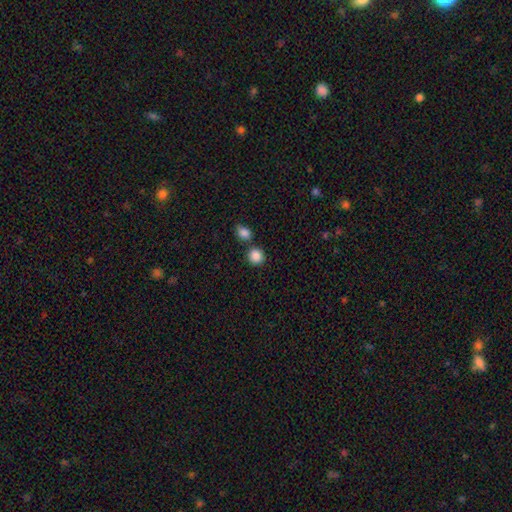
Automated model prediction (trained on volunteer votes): Overall: smooth (87%). How rounded: round (86%). Merging: none (73%).